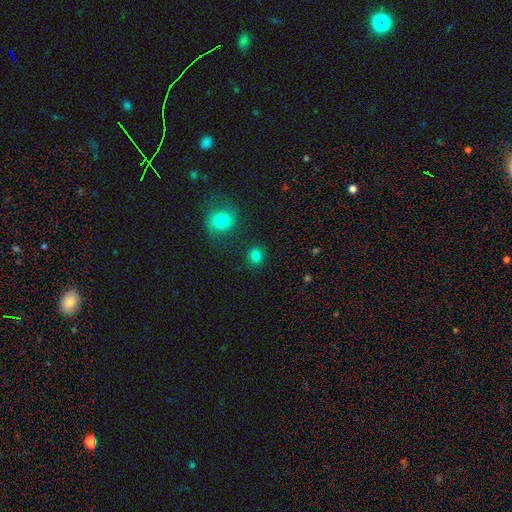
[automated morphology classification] A smooth galaxy with no disk features (82%) that is round (70%). Merging: none (84%).